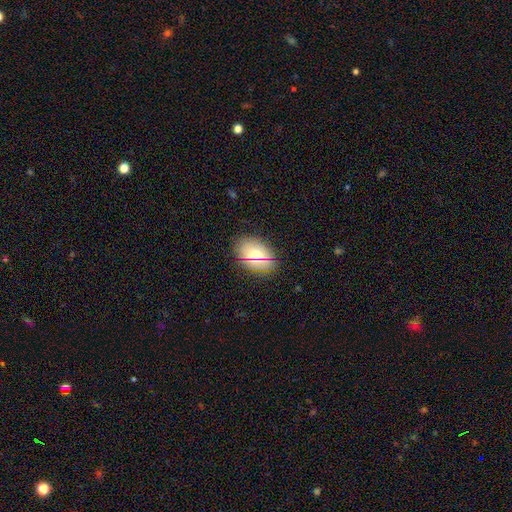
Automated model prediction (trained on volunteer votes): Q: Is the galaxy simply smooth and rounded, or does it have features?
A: smooth — 70%.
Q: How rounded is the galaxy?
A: in between — 80%.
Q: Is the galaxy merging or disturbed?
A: none — 85%.